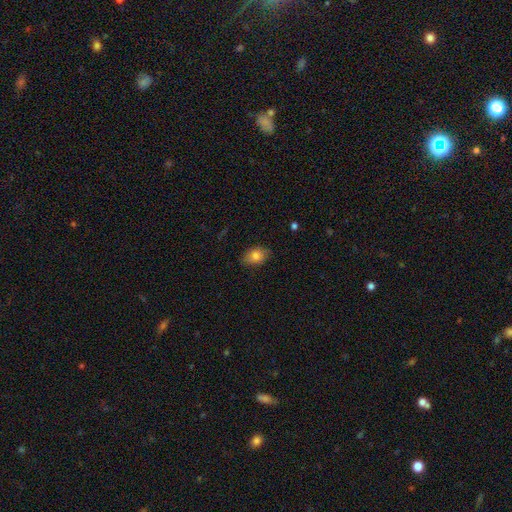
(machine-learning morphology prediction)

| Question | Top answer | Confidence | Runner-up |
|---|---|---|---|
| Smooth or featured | smooth | 80% | featured or disk (11%) |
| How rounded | in between | 78% | round (20%) |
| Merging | none | 82% | minor disturbance (14%) |